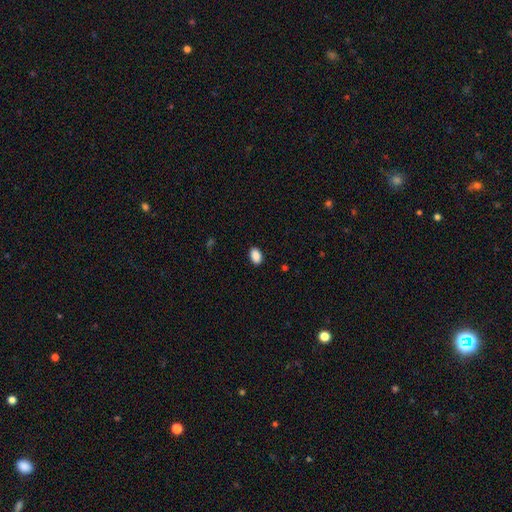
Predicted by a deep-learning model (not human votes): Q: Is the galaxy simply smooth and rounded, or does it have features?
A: smooth — 90%.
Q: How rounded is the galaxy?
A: in between — 88%.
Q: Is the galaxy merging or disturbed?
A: none — 89%.